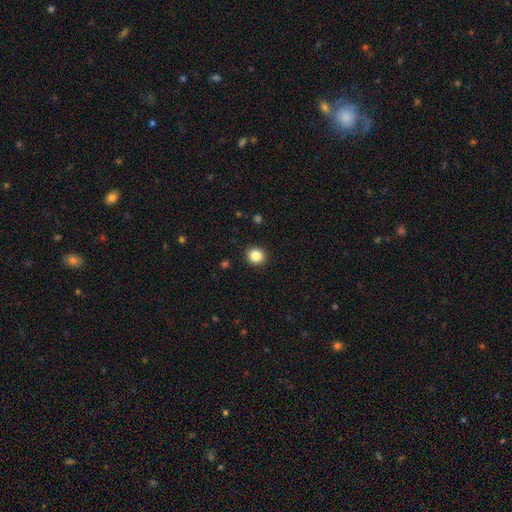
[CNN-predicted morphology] Smooth or featured? smooth (86%)
How rounded? round (88%)
Merging? none (92%)